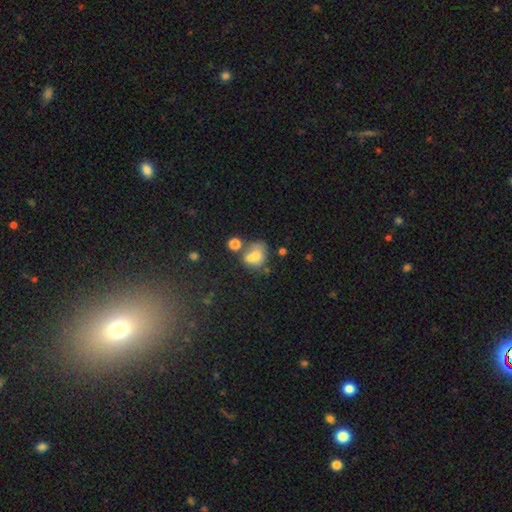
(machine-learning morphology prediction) Smooth or featured? smooth (65%)
How rounded? in between (52%)
Merging? merger (42%)